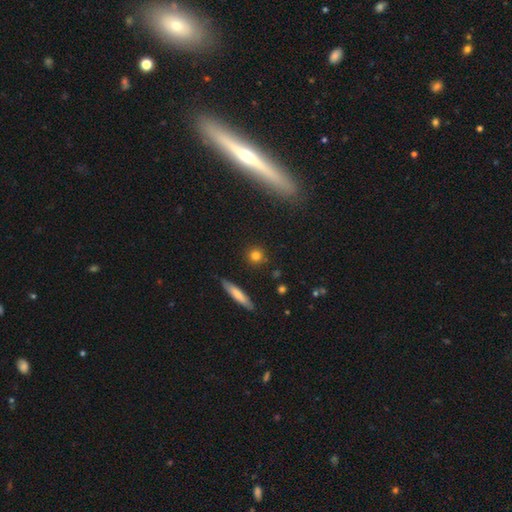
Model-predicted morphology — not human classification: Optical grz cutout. It shows a smooth galaxy with no disk features (79%) that is round (84%). Merging: none (88%).